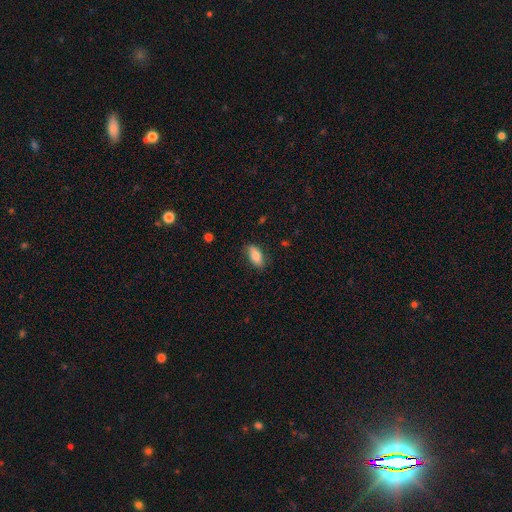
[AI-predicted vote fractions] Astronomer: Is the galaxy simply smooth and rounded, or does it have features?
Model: smooth — 82%.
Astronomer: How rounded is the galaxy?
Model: in between — 88%.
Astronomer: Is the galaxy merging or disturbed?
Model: none — 81%.